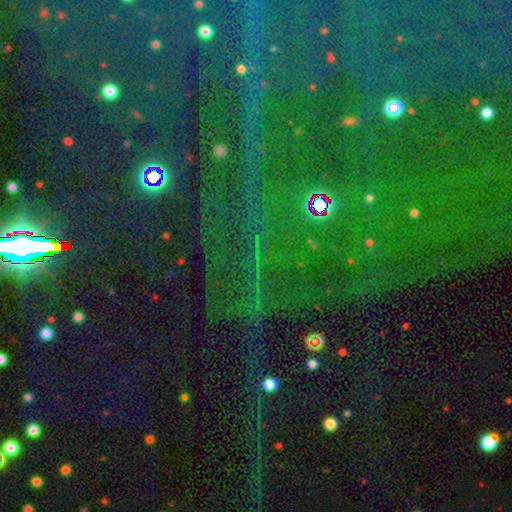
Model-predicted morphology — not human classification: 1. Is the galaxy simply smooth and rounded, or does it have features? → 85% star or artifact, 8% smooth, 7% featured or disk.